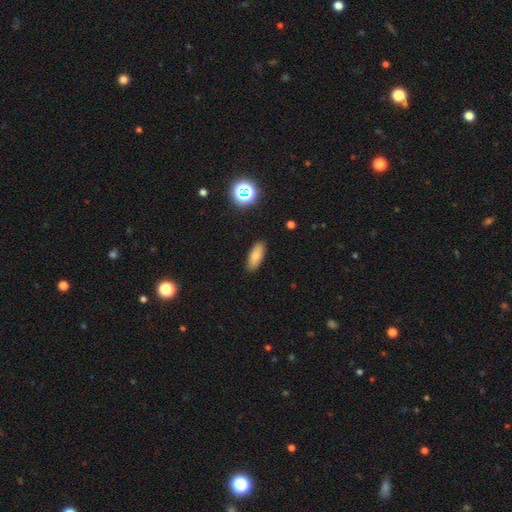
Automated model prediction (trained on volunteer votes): smooth_or_featured: smooth (p=0.79) [alt: featured or disk p=0.11]
how_rounded: in between (p=0.77) [alt: cigar-shaped p=0.20]
merging: none (p=0.88) [alt: minor disturbance p=0.09]